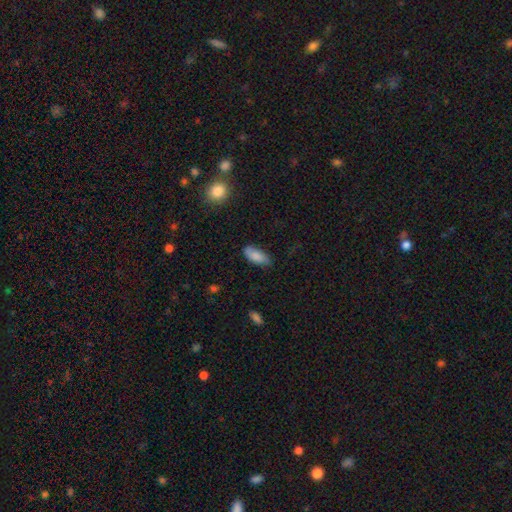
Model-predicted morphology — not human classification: smooth_or_featured: smooth (p=0.85) [alt: featured or disk p=0.08]
how_rounded: in between (p=0.87) [alt: cigar-shaped p=0.11]
merging: none (p=0.76) [alt: minor disturbance p=0.19]